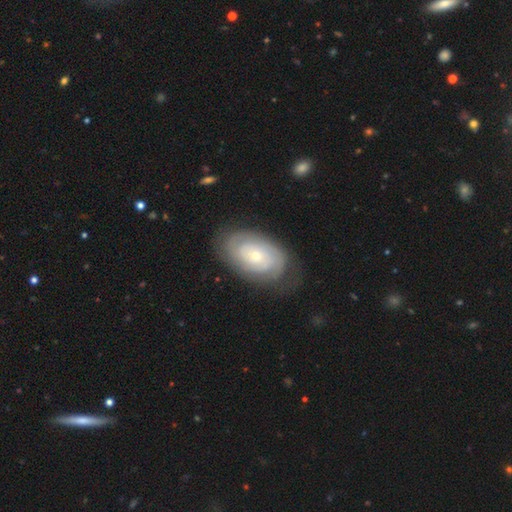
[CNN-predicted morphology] type=featured or disk (70%); edge-on=no (95%); bar=no (80%); spiral arms=yes (82%); winding=tight (76%); arm count=can't tell (49%); bulge=small (57%); merging=none (74%).